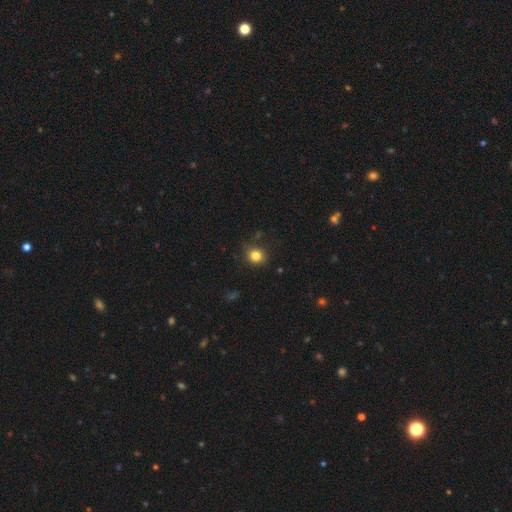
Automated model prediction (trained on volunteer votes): The model was most divided on "smooth or featured": smooth: 82%, star or artifact: 13%, featured or disk: 5%. More confident: how rounded — round (84%); merging — none (84%).